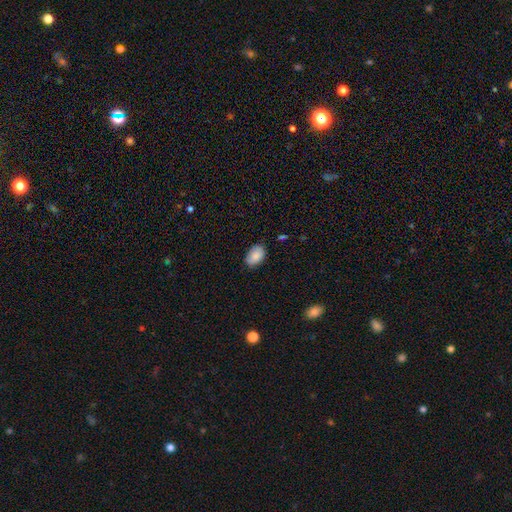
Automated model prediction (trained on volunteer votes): Smooth or featured? Predicted: smooth (p=0.86). How rounded? Predicted: in between (p=0.90). Merging? Predicted: none (p=0.81).